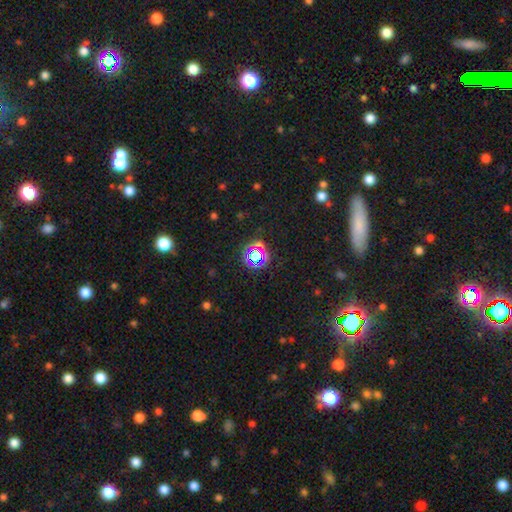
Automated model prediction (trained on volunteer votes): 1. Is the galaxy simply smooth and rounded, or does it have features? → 67% star or artifact, 22% smooth, 11% featured or disk.